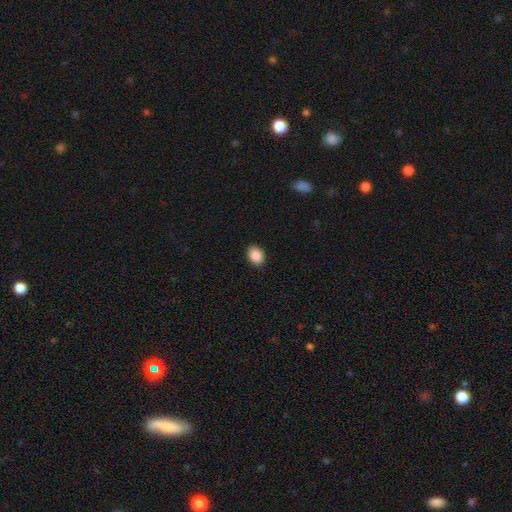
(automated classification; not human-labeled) A smooth galaxy with no disk features (89%) that is in between round and cigar-shaped (71%). Merging: none (89%).